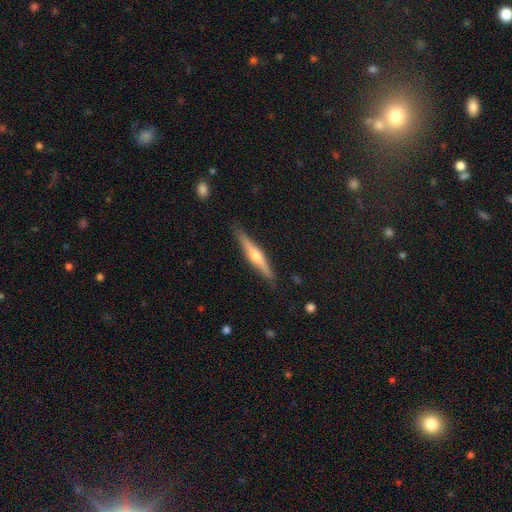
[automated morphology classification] A featured or disk galaxy (68%) viewed edge-on (97%) with a rounded central bulge (91%). Merging: none (88%).